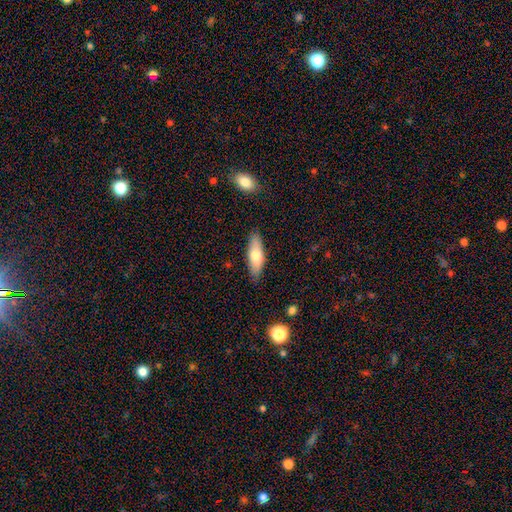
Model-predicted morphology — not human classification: Smooth or featured? smooth (69%)
How rounded? in between (57%)
Merging? none (86%)